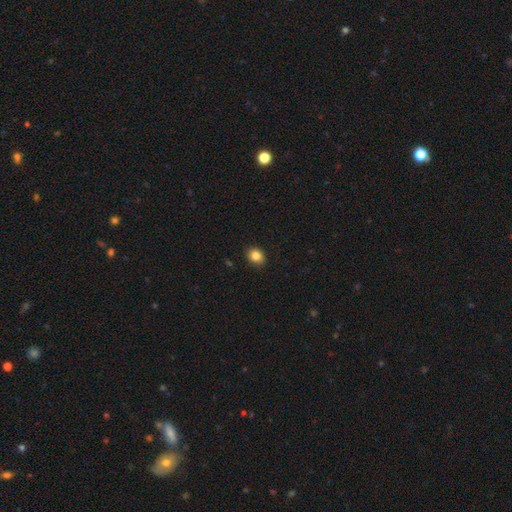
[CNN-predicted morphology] Overall: smooth (84%). How rounded: round (53%; in between 46%). Merging: none (89%).